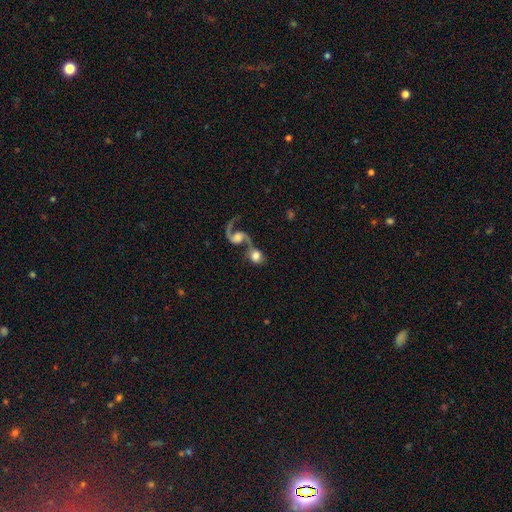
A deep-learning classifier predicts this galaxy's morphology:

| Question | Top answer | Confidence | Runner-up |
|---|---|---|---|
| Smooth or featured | smooth | 47% | featured or disk (45%) |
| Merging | merger | 66% | none (20%) |